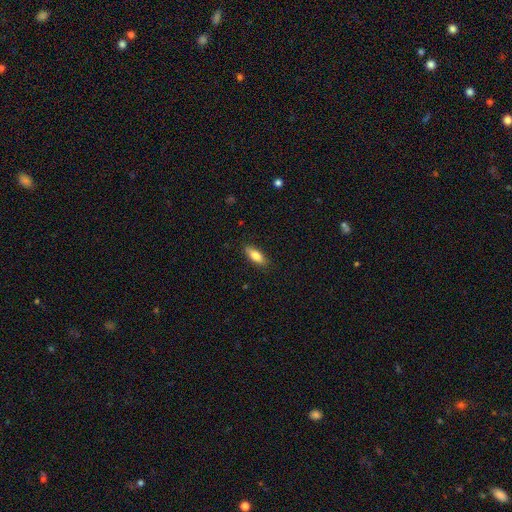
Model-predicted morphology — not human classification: This appears to be a smooth galaxy with no disk features (79%) that is in between round and cigar-shaped (73%). Merging: none (86%).